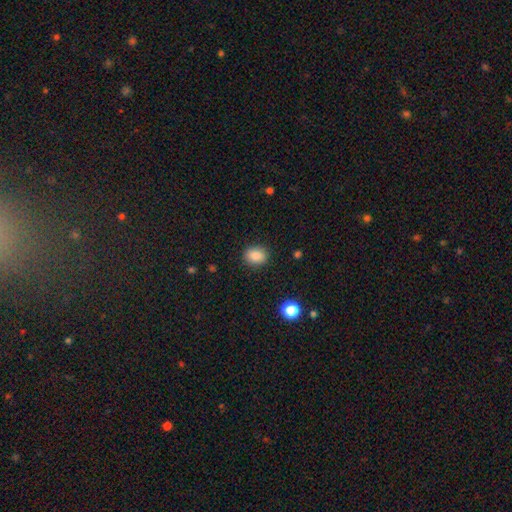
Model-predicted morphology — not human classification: This is clearly a smooth galaxy (87%). How rounded: possibly in between (53%). Merging: clearly none (88%).